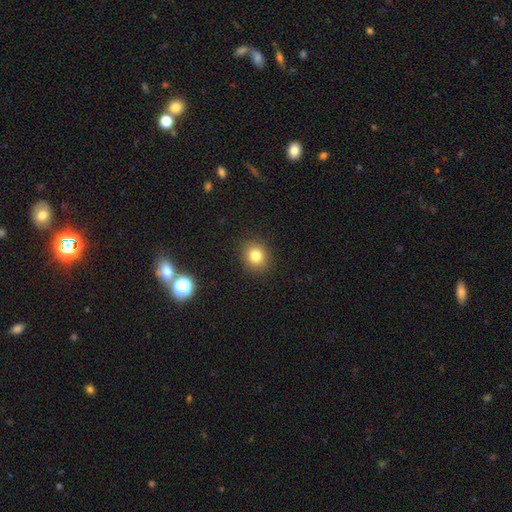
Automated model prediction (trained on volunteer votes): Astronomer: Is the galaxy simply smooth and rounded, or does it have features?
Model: smooth — 81%.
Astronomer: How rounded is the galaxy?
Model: round — 78%.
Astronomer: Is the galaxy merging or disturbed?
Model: none — 90%.